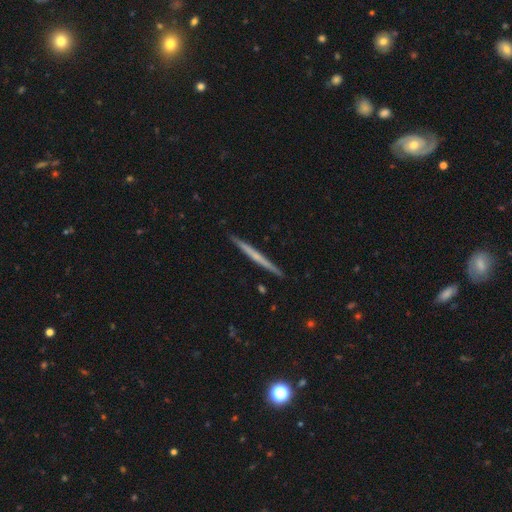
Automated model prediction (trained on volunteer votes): Overall: featured or disk (57%; smooth 38%). Edge-on disk: yes (98%). Edge-on bulge: none (76%). Merging: none (92%).